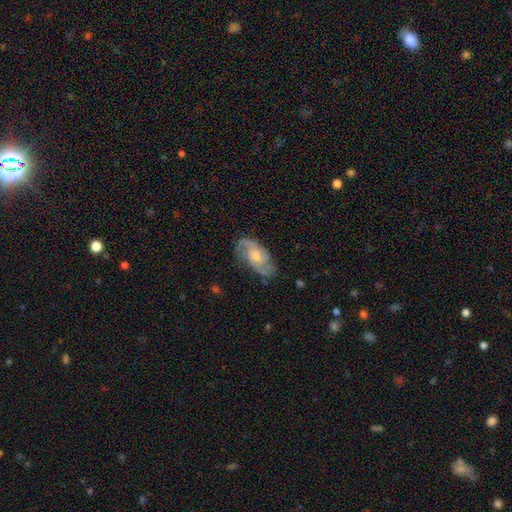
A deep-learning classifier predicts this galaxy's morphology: type=featured or disk (84%); edge-on=no (96%); bar=no (61%); spiral arms=yes (96%); winding=medium (50%); arm count=2 (71%); bulge=moderate (47%); merging=none (73%).